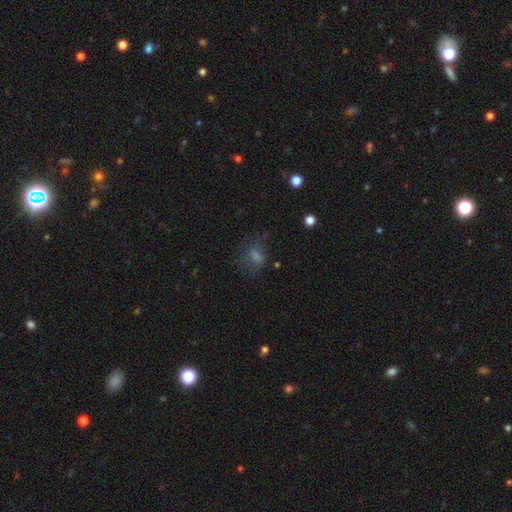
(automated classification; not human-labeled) Smooth or featured?
  - smooth: 53% *
  - star or artifact: 26%
  - featured or disk: 21%
How rounded?
  - in between: 57% *
  - round: 40%
  - cigar-shaped: 3%
Merging?
  - none: 57% *
  - minor disturbance: 21%
  - major disturbance: 20%
  - merger: 2%